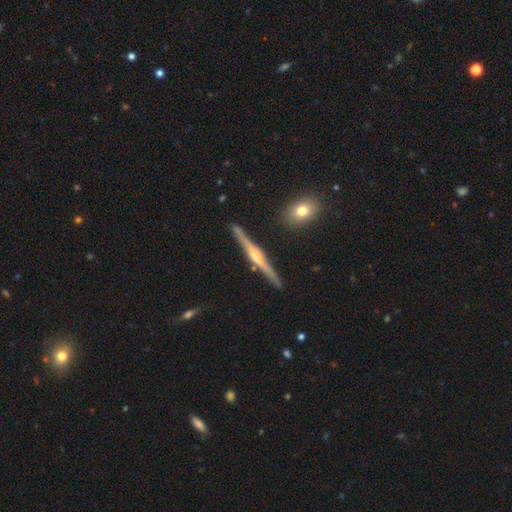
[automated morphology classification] smooth-or-featured: featured or disk: 82% | smooth: 12% | star or artifact: 5%
  disk-edge-on: yes: 98% | no: 2%
    edge-on-bulge: rounded: 81% | none: 10% | boxy: 9%
  merging: none: 89% | minor disturbance: 8% | merger: 2% | major disturbance: 1%